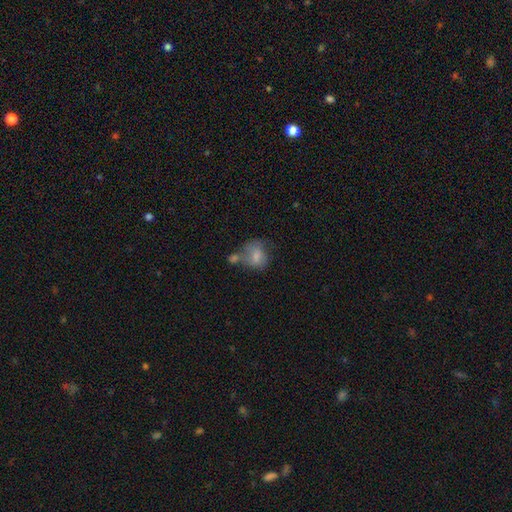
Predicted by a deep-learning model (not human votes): Smooth or featured? smooth (69%)
How rounded? round (53%)
Merging? merger (35%)